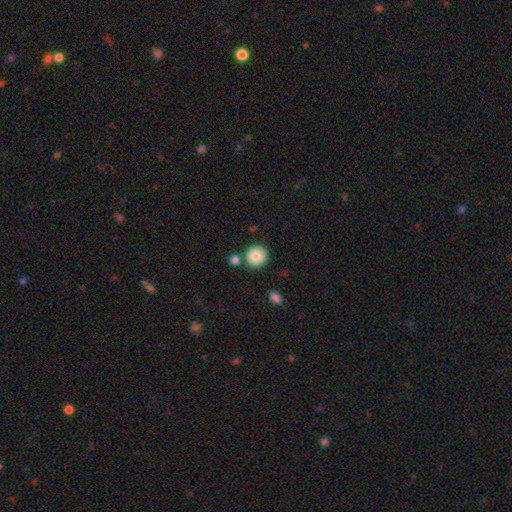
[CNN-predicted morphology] This appears to be a smooth galaxy with no disk features (85%) that is round (89%). Merging: none (78%).